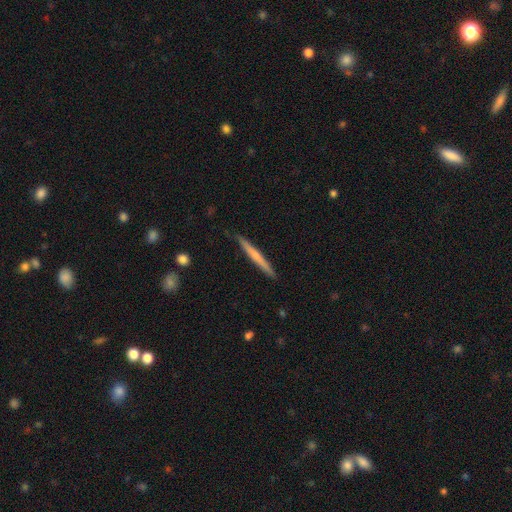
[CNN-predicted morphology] Q: Smooth or featured?
A: smooth (50%); runner-up: featured or disk (45%)
Q: Merging?
A: none (88%); runner-up: minor disturbance (9%)